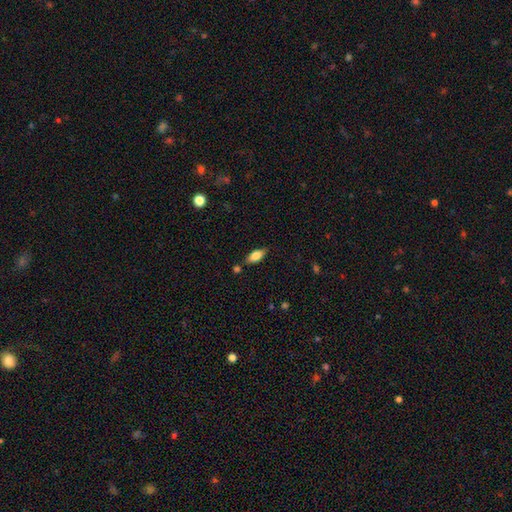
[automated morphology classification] Smooth or featured?
  - smooth: 75% *
  - featured or disk: 18%
  - star or artifact: 7%
How rounded?
  - in between: 83% *
  - cigar-shaped: 14%
  - round: 3%
Merging?
  - none: 80% *
  - minor disturbance: 13%
  - merger: 4%
  - major disturbance: 3%